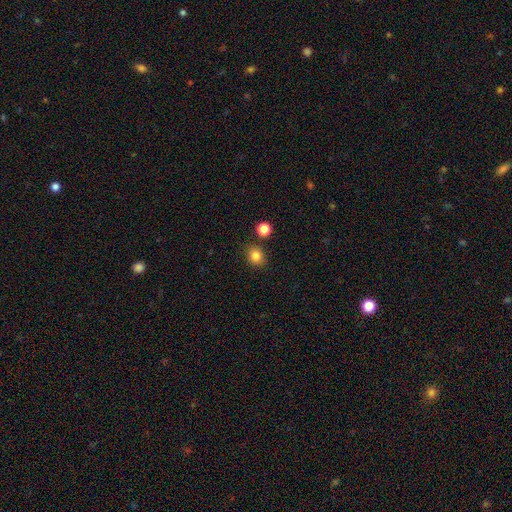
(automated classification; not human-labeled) Q: Smooth or featured?
A: smooth (83%); runner-up: star or artifact (12%)
Q: How rounded?
A: round (70%); runner-up: in between (29%)
Q: Merging?
A: none (83%); runner-up: minor disturbance (9%)